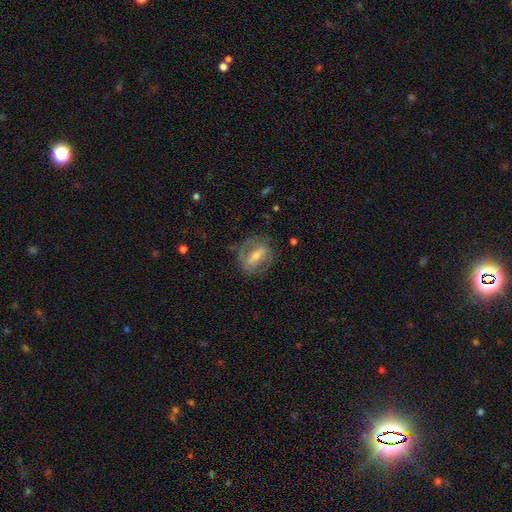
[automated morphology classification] Overall: featured or disk (69%). Edge-on disk: no (90%). Bar: strong (57%; weak 29%). Spiral arms: yes (63%; no 37%). Bulge size: moderate (50%; small 42%). Merging: none (68%).